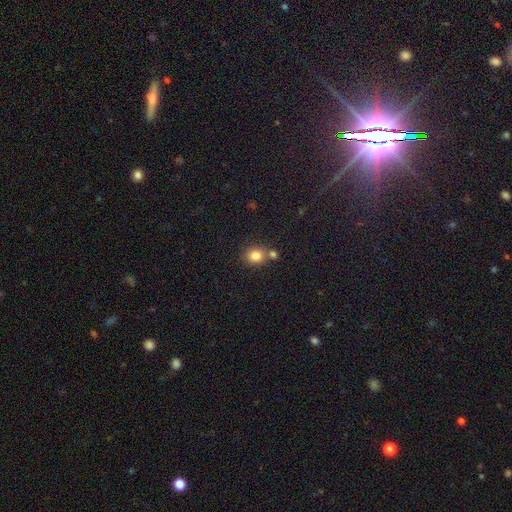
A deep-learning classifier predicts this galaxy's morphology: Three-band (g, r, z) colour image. It shows a smooth galaxy with no disk features (82%) that is round (69%). Merging: none (60%).